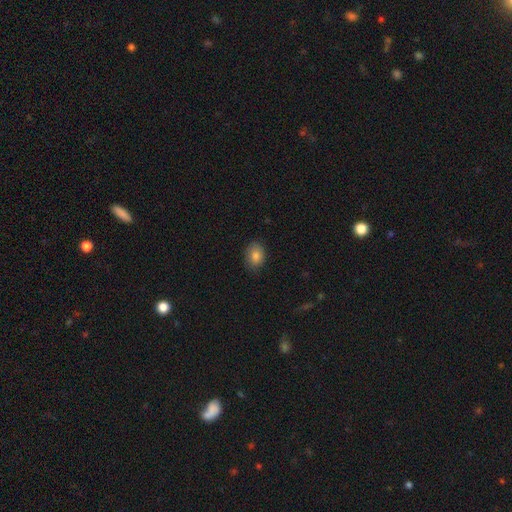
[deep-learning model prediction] Morphology: type=smooth (84%); roundness=in between (70%); merging=none (82%).